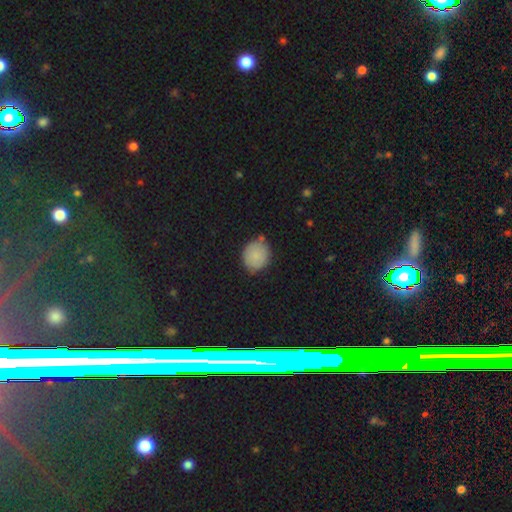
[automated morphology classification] type=smooth (85%); roundness=round (73%); merging=none (72%).